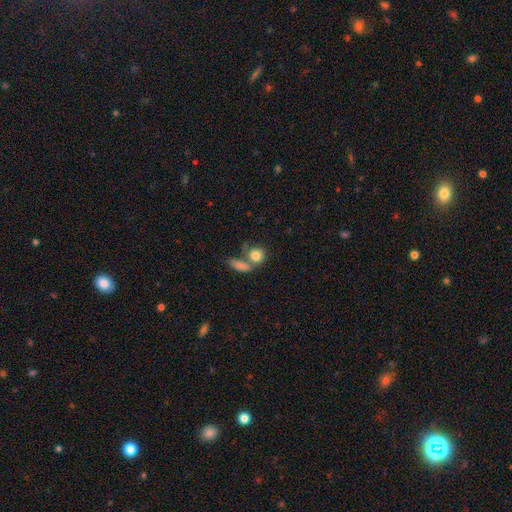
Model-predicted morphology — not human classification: Smooth or featured: smooth — 81% (featured or disk — 11%)
How rounded: round — 71% (in between — 26%)
Merging: merger — 44% (none — 39%)